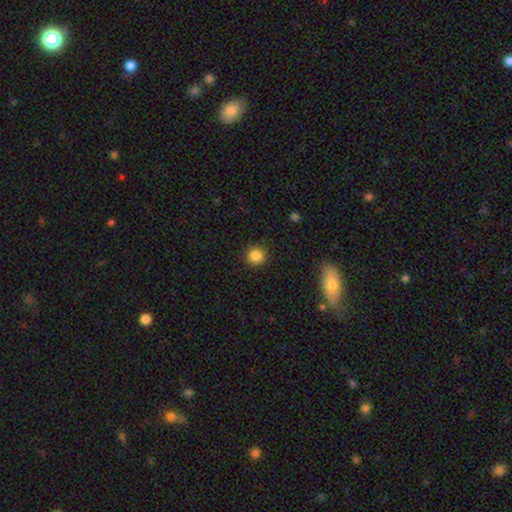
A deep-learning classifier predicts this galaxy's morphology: type=smooth (85%); roundness=round (92%); merging=none (90%).